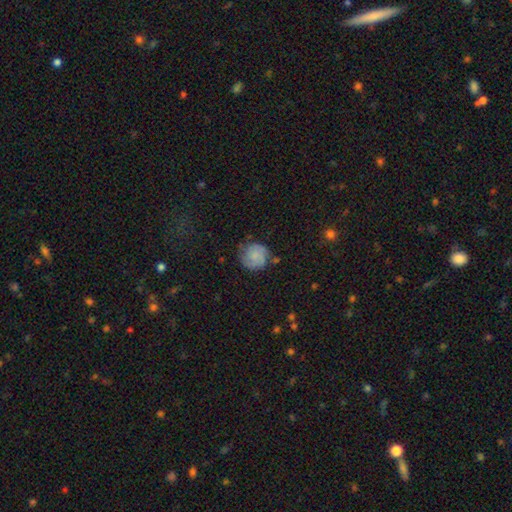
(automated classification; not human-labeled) Morphology: type=smooth (57%); roundness=round (89%); merging=none (65%).